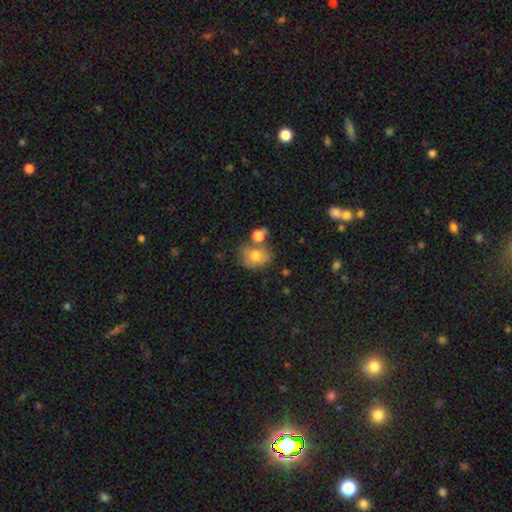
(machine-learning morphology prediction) The model was most divided on "how rounded": round: 53%, in between: 46%, cigar-shaped: 1%. More confident: smooth or featured — smooth (75%); merging — none (56%).